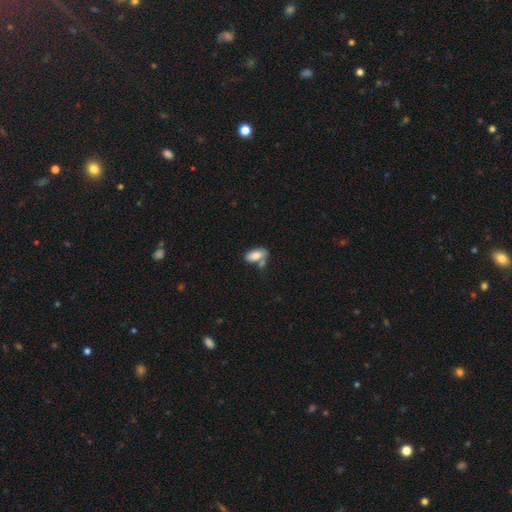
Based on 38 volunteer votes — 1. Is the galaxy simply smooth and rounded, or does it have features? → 74% smooth, 18% featured or disk, 8% star or artifact.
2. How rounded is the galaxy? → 96% in between, 4% round, 0% cigar-shaped.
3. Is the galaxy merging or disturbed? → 37% merger, 29% none, 20% minor disturbance, 14% major disturbance.